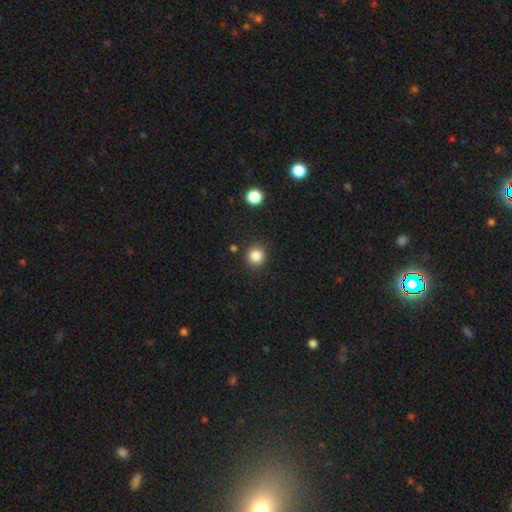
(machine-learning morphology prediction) A smooth galaxy with no disk features (85%) that is round (92%). Merging: none (89%).